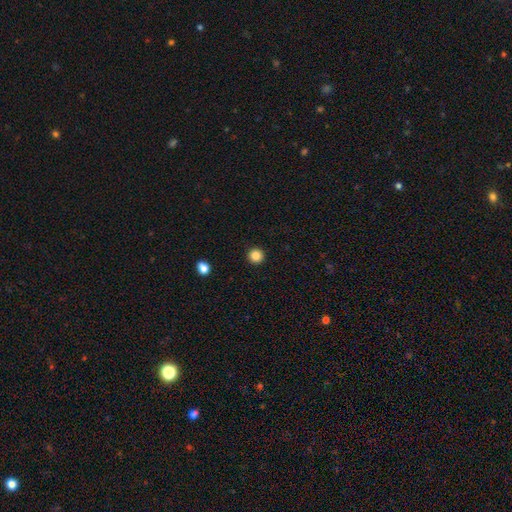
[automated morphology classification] smooth-or-featured: smooth: 85% | star or artifact: 11% | featured or disk: 4%
  how-rounded: round: 96% | in between: 3% | cigar-shaped: 1%
  merging: none: 94% | minor disturbance: 4% | major disturbance: 1% | merger: 1%